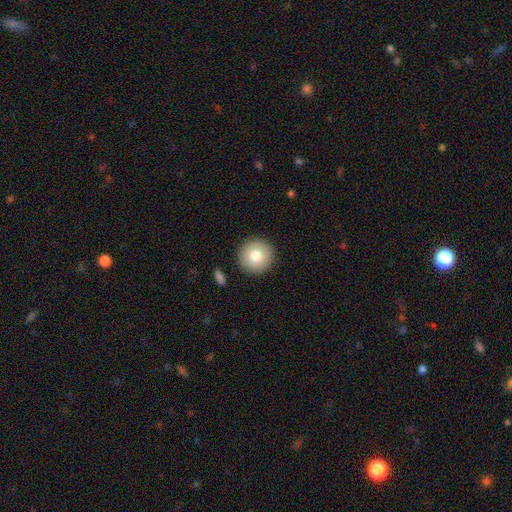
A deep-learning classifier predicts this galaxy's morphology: A smooth galaxy with no disk features (78%) that is round (95%). Merging: none (91%).